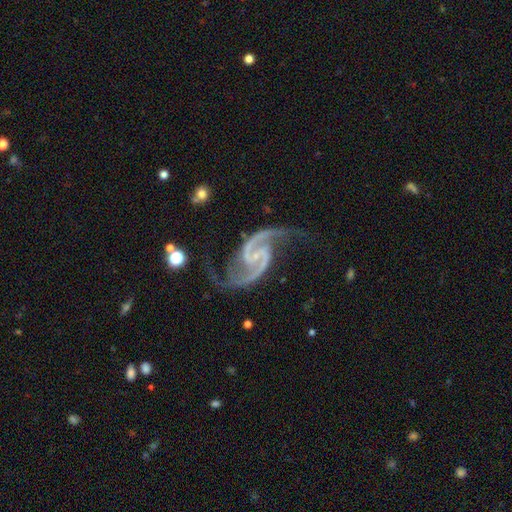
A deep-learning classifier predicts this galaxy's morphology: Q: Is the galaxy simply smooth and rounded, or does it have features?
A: featured or disk — 94%.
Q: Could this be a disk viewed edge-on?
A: no — 98%.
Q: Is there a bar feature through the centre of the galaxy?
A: weak — 41%.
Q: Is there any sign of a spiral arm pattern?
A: yes — 99%.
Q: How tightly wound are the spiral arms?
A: medium — 52%.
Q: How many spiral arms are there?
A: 2 — 95%.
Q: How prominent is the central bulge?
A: small — 66%.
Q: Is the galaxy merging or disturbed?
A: none — 67%.